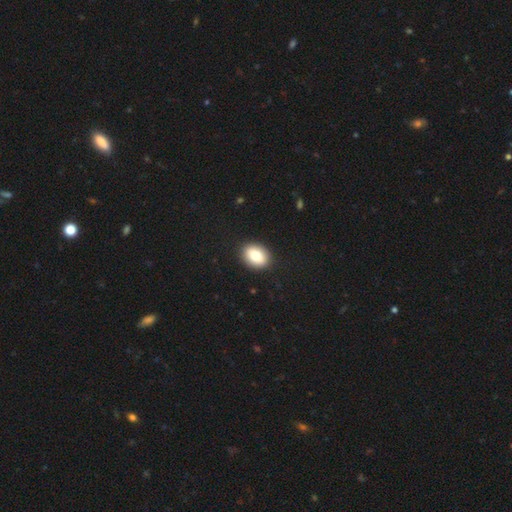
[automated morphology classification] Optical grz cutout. It shows a smooth galaxy with no disk features (79%) that is in between round and cigar-shaped (72%). Merging: none (90%).